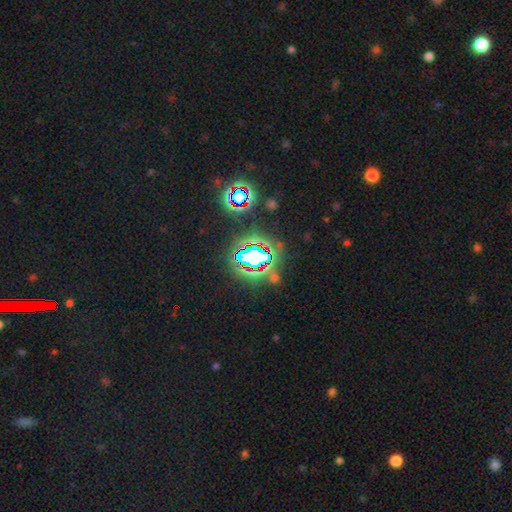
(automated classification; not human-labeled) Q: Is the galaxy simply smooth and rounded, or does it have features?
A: star or artifact — 71%.